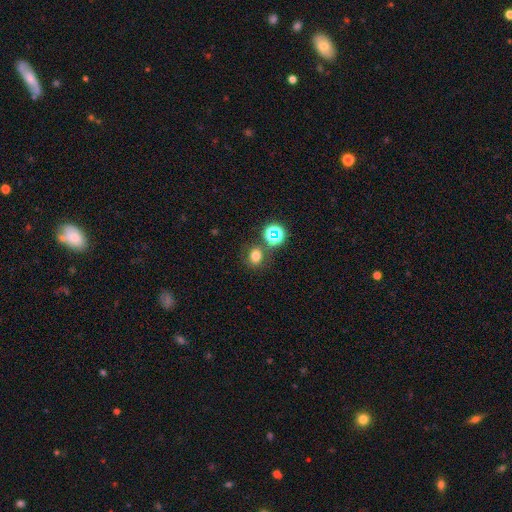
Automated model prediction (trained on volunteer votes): This appears to be a smooth galaxy with no disk features (70%) that is round (65%). Merging: none (71%).